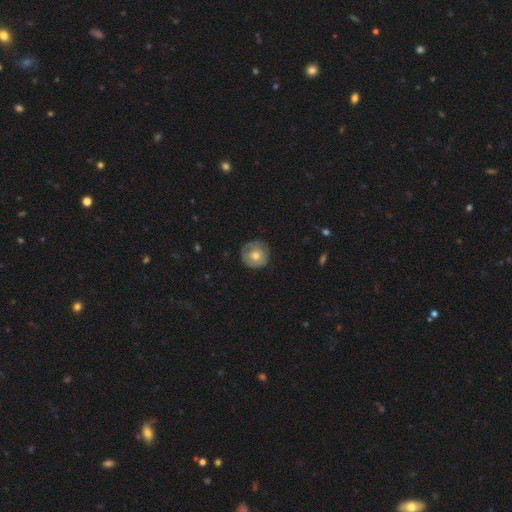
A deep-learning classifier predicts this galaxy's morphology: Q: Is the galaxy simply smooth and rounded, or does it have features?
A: smooth — 60%.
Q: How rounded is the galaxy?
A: round — 93%.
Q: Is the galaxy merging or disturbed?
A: none — 76%.